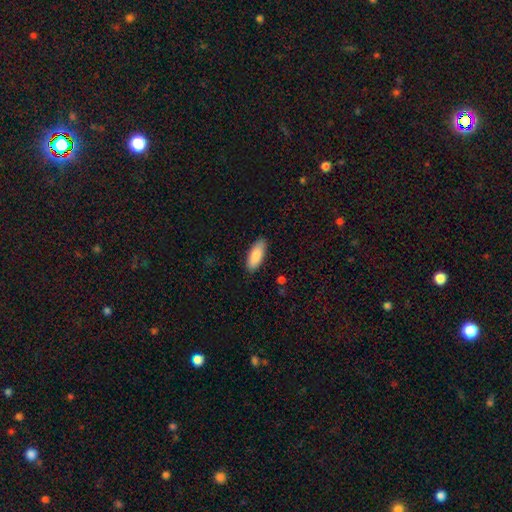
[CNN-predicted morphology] smooth-or-featured: smooth: 87% | featured or disk: 7% | star or artifact: 6%
  how-rounded: in between: 78% | cigar-shaped: 20% | round: 2%
  merging: none: 87% | minor disturbance: 10% | major disturbance: 2% | merger: 1%